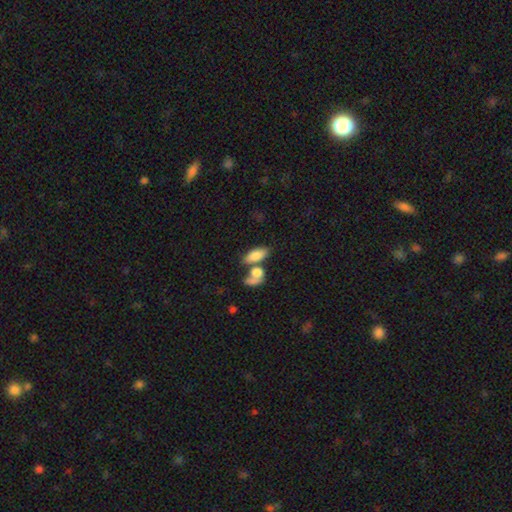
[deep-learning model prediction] The model was most divided on "merging": merger: 42%, none: 39%, minor disturbance: 12%, major disturbance: 7%. More confident: how rounded — in between (85%); smooth or featured — smooth (79%).